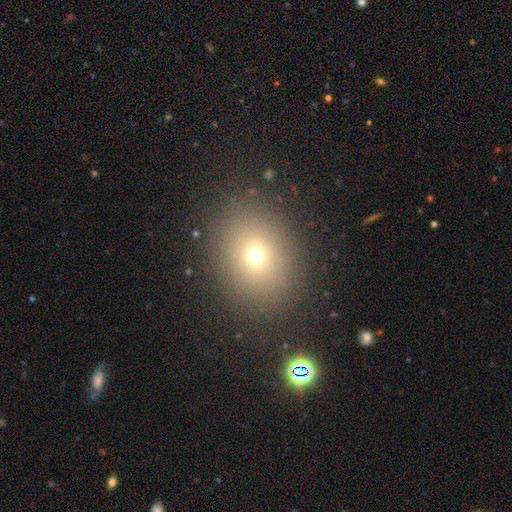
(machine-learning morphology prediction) A smooth galaxy with no disk features (68%) that is round (54%). Merging: none (87%).